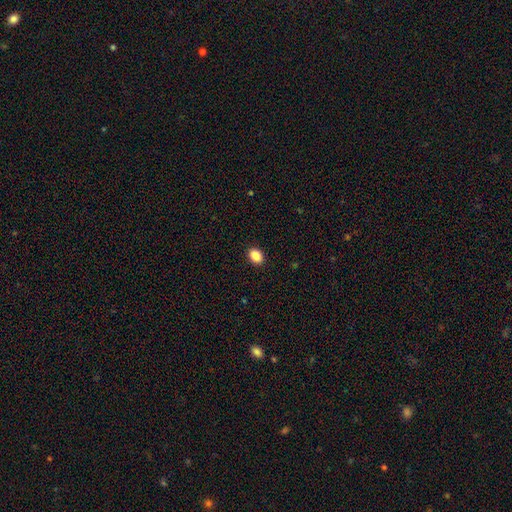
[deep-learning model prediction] A smooth galaxy with no disk features (88%) that is in between round and cigar-shaped (69%). Merging: none (91%).